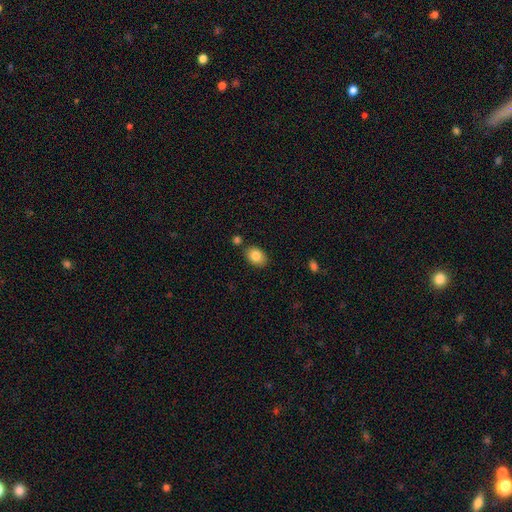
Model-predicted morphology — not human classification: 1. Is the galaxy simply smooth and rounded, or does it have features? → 85% smooth, 8% star or artifact, 8% featured or disk.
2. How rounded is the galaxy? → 77% in between, 22% round, 1% cigar-shaped.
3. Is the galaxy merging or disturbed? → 82% none, 11% minor disturbance, 5% merger, 2% major disturbance.